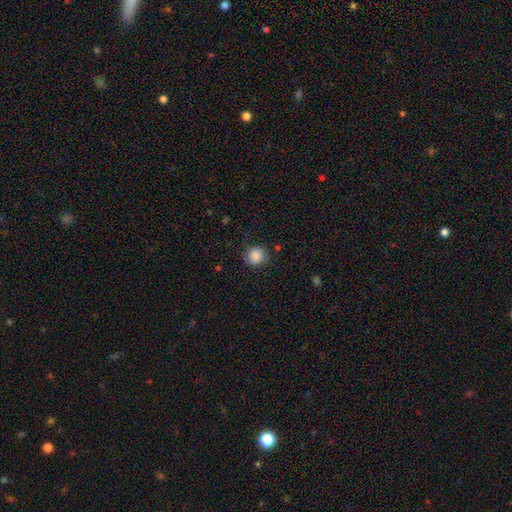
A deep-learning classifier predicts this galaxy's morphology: smooth-or-featured: smooth: 86% | star or artifact: 9% | featured or disk: 5%
  how-rounded: round: 87% | in between: 12% | cigar-shaped: 1%
  merging: none: 81% | minor disturbance: 14% | major disturbance: 4% | merger: 1%